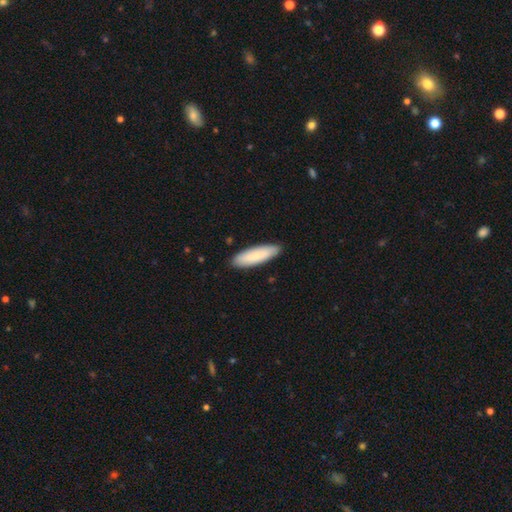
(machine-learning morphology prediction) Smooth or featured? smooth (81%)
How rounded? cigar-shaped (58%)
Merging? none (89%)